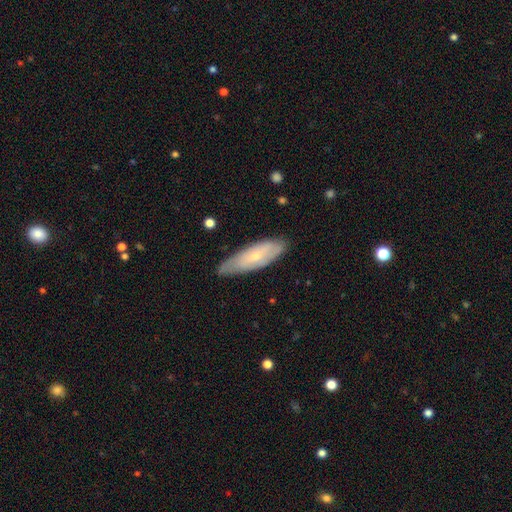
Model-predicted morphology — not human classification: Overall: smooth (49%; featured or disk 45%). Merging: none (75%).